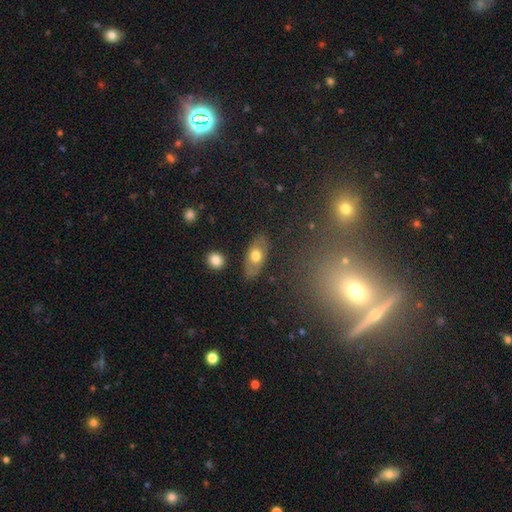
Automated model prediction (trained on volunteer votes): This is likely a smooth galaxy (63%). How rounded: clearly in between (86%). Merging: clearly none (82%).